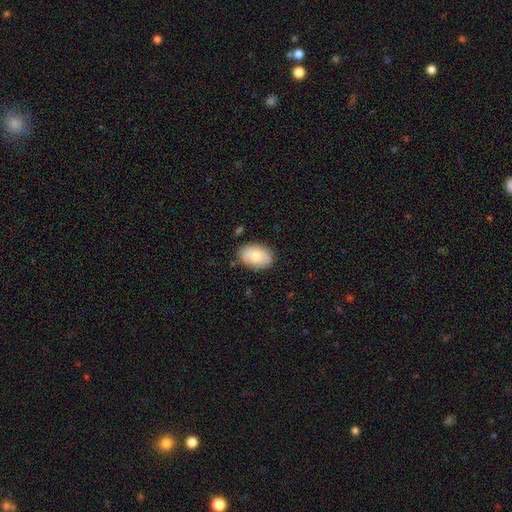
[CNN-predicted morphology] A smooth galaxy with no disk features (75%) that is in between round and cigar-shaped (85%).

Vote fractions:
- Smooth or featured? smooth: 75% / featured or disk: 18% / star or artifact: 7%
- How rounded? in between: 85% / round: 14% / cigar-shaped: 1%
- Merging? none: 80% / minor disturbance: 15% / major disturbance: 3% / merger: 2%